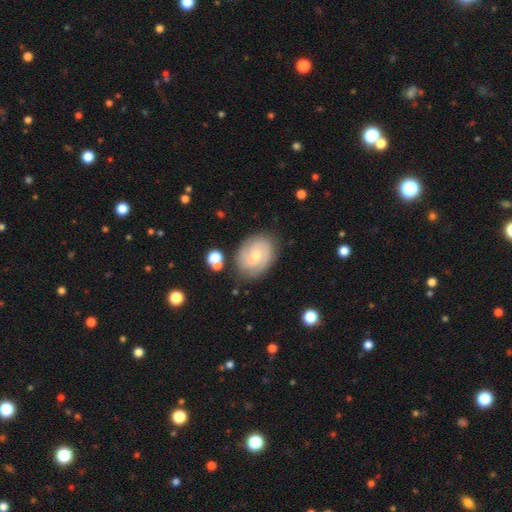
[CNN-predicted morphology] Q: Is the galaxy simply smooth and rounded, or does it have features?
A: featured or disk — 73%.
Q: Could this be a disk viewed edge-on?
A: no — 97%.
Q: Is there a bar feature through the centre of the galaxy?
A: no — 55%.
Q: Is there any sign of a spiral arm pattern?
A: yes — 92%.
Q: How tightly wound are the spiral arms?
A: tight — 44%.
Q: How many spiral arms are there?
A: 2 — 67%.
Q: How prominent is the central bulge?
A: small — 58%.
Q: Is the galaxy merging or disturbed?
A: none — 73%.